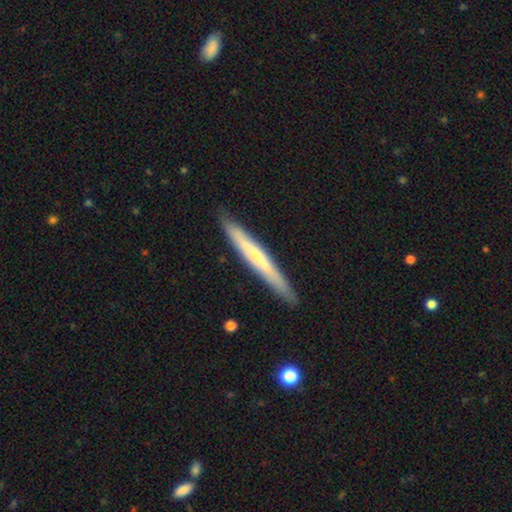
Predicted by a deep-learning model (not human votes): A featured or disk galaxy (54%) viewed edge-on (94%) with no central bulge (52%).

Vote fractions:
- Smooth or featured? featured or disk: 54% / smooth: 39% / star or artifact: 7%
- Edge-on disk? yes: 94% / no: 6%
- Edge-on bulge? none: 52% / rounded: 43% / boxy: 5%
- Merging? none: 89% / minor disturbance: 8% / major disturbance: 1% / merger: 1%